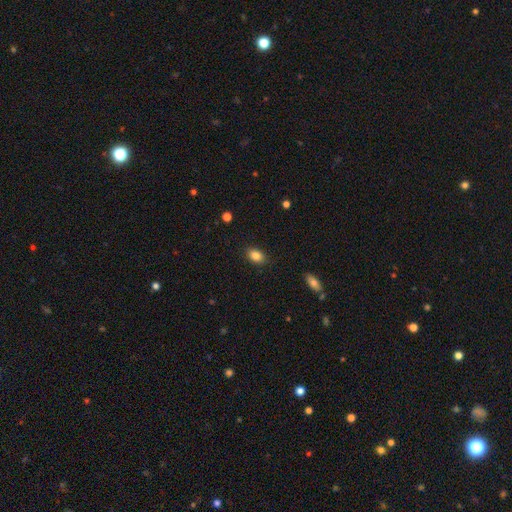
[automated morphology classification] Smooth or featured: smooth — 85% (star or artifact — 9%)
How rounded: in between — 82% (round — 16%)
Merging: none — 87% (minor disturbance — 10%)